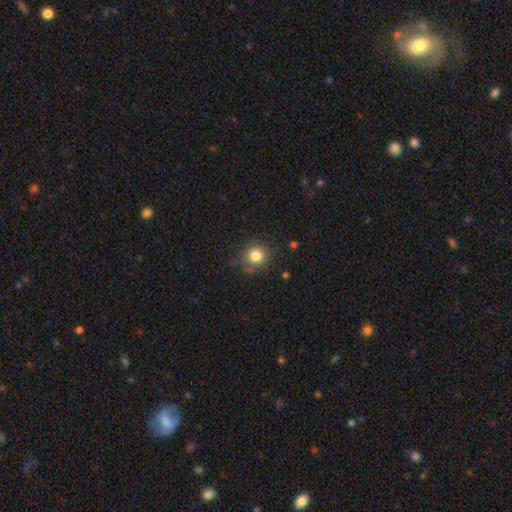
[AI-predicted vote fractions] smooth_or_featured: smooth (p=0.82) [alt: star or artifact p=0.11]
how_rounded: round (p=0.86) [alt: in between p=0.13]
merging: none (p=0.77) [alt: minor disturbance p=0.16]